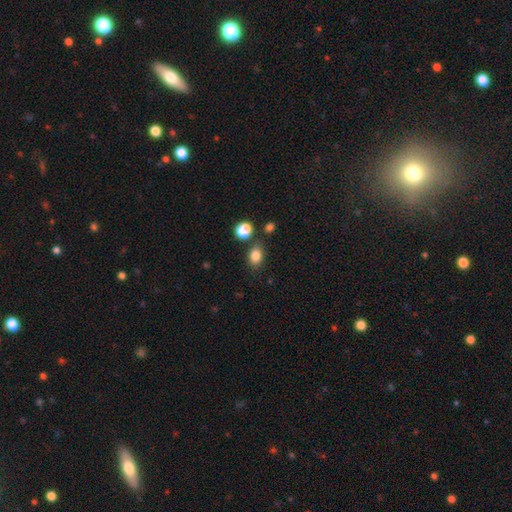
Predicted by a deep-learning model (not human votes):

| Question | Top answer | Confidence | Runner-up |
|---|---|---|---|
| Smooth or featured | smooth | 83% | star or artifact (11%) |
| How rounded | in between | 65% | round (34%) |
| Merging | none | 76% | minor disturbance (13%) |